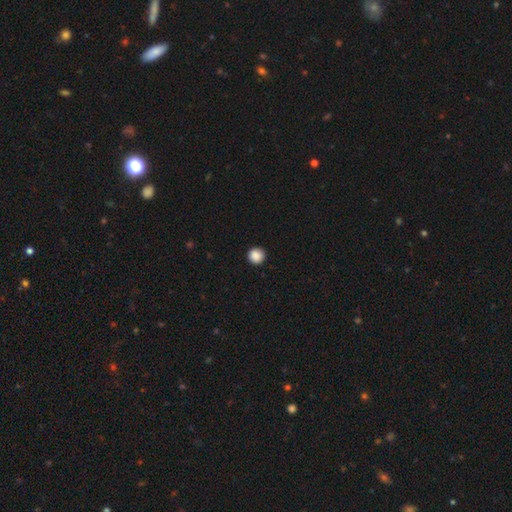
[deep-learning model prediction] Q: Smooth or featured?
A: smooth (88%); runner-up: star or artifact (9%)
Q: How rounded?
A: round (95%); runner-up: in between (4%)
Q: Merging?
A: none (93%); runner-up: minor disturbance (5%)